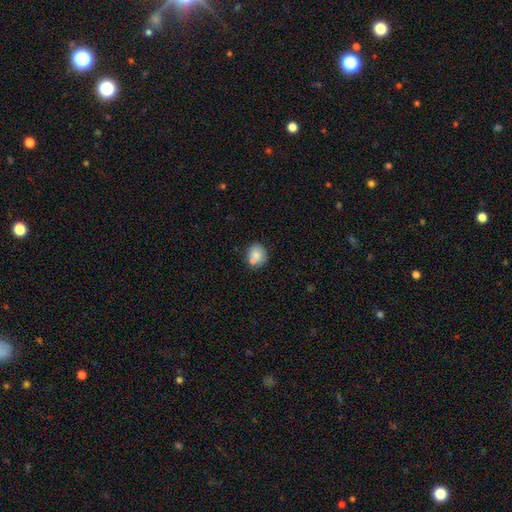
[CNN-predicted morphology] Smooth or featured?
  - smooth: 78% *
  - featured or disk: 13%
  - star or artifact: 8%
How rounded?
  - round: 76% *
  - in between: 23%
  - cigar-shaped: 1%
Merging?
  - none: 64% *
  - minor disturbance: 16%
  - merger: 16%
  - major disturbance: 4%